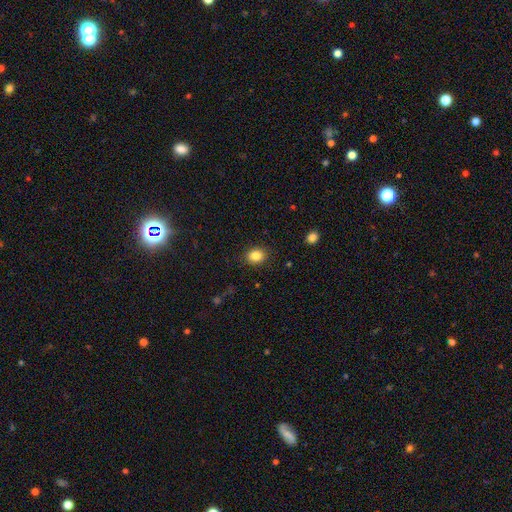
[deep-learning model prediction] A smooth galaxy with no disk features (85%) that is round (52%).

Vote fractions:
- Smooth or featured? smooth: 85% / star or artifact: 10% / featured or disk: 5%
- How rounded? round: 52% / in between: 47% / cigar-shaped: 1%
- Merging? none: 88% / minor disturbance: 9% / major disturbance: 3% / merger: 1%